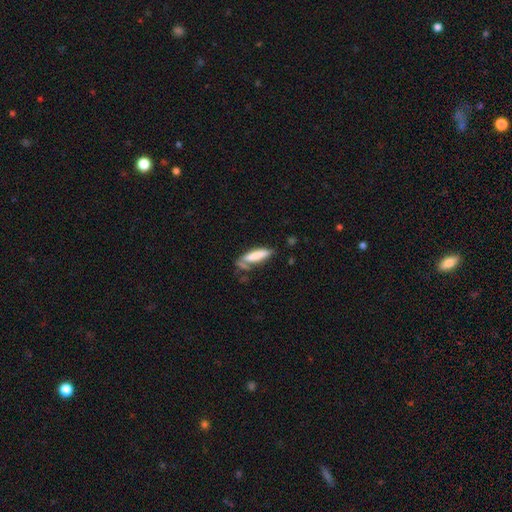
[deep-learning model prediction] Smooth or featured?
  - smooth: 76% *
  - featured or disk: 17%
  - star or artifact: 6%
How rounded?
  - cigar-shaped: 63% *
  - in between: 35%
  - round: 2%
Merging?
  - none: 51% *
  - minor disturbance: 25%
  - merger: 13%
  - major disturbance: 11%